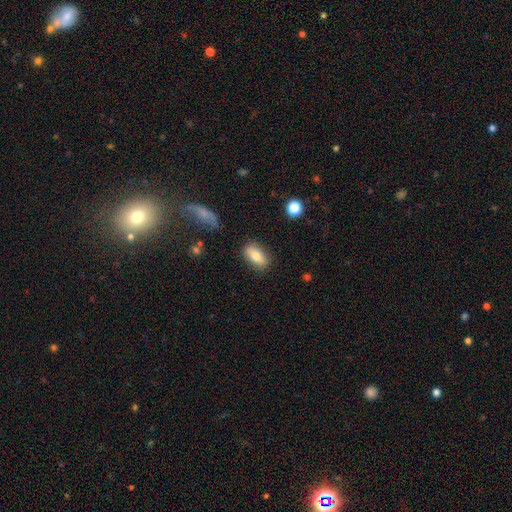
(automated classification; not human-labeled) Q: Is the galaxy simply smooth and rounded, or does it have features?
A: smooth — 74%.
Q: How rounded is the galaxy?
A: in between — 83%.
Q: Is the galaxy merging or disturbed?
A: none — 84%.